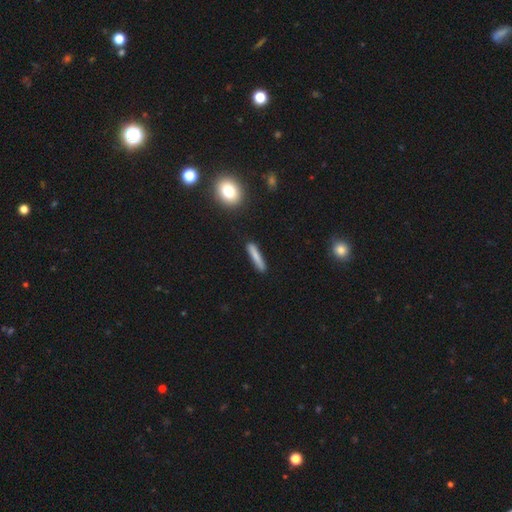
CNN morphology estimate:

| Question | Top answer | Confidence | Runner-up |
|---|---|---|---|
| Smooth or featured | smooth | 79% | featured or disk (14%) |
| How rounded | cigar-shaped | 93% | in between (6%) |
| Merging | none | 87% | minor disturbance (10%) |